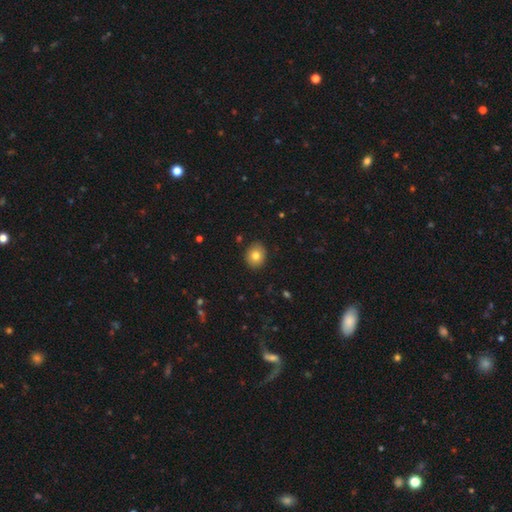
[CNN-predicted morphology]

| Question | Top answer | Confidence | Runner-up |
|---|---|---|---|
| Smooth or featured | smooth | 79% | featured or disk (11%) |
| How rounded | round | 68% | in between (31%) |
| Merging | none | 89% | minor disturbance (8%) |